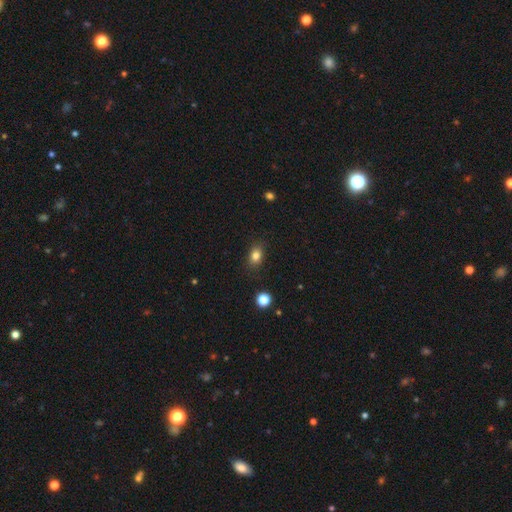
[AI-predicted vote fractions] smooth_or_featured: smooth (p=0.81) [alt: star or artifact p=0.12]
how_rounded: in between (p=0.69) [alt: round p=0.29]
merging: none (p=0.84) [alt: minor disturbance p=0.12]